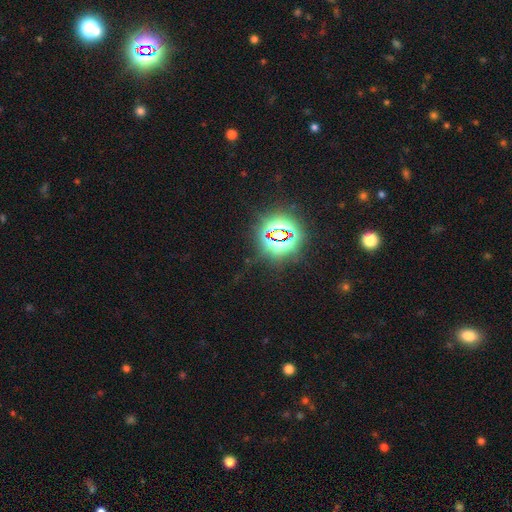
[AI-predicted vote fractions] This is clearly a star or artifact rather than a galaxy (81%).